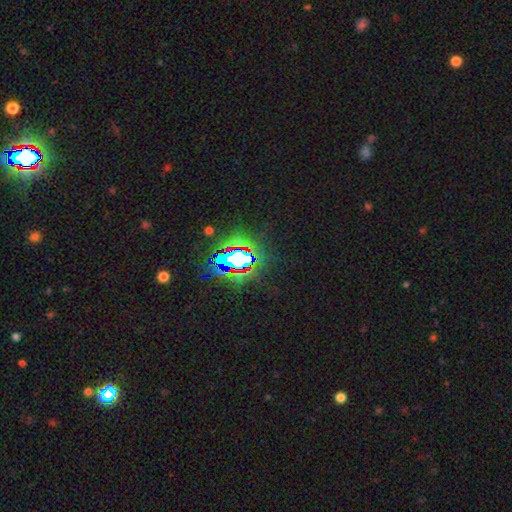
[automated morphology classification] Smooth or featured? star or artifact (82%)